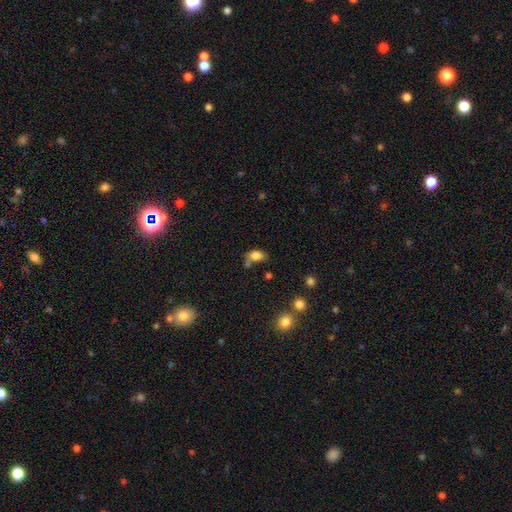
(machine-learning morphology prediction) Smooth or featured?
  - smooth: 81% *
  - star or artifact: 11%
  - featured or disk: 8%
How rounded?
  - in between: 80% *
  - round: 18%
  - cigar-shaped: 2%
Merging?
  - none: 42% *
  - minor disturbance: 24%
  - merger: 23%
  - major disturbance: 12%